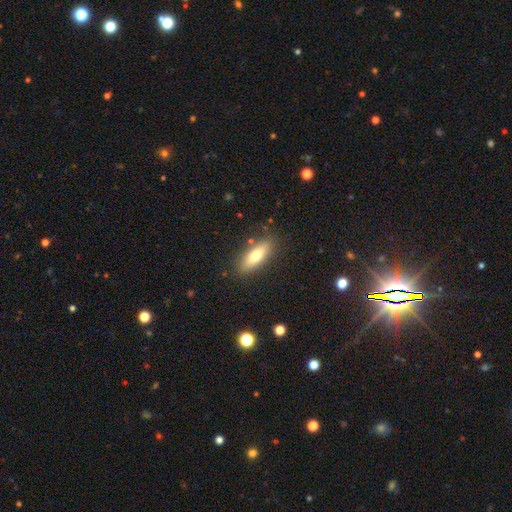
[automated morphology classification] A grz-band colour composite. It shows a smooth galaxy with no disk features (69%) that is in between round and cigar-shaped (65%). Merging: none (84%).